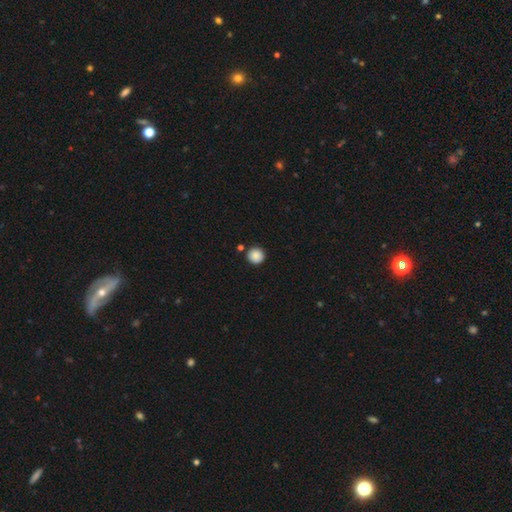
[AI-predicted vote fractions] Smooth or featured? Predicted: smooth (p=0.87). How rounded? Predicted: round (p=0.95). Merging? Predicted: none (p=0.89).